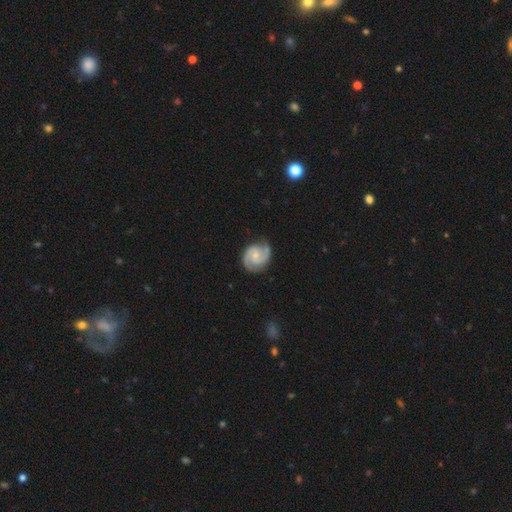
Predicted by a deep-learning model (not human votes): The model was most divided on "spiral winding": medium: 47%, tight: 45%, loose: 8%. More confident: edge-on disk — no (98%); spiral arms — yes (98%); spiral arm count — 2 (92%); smooth or featured — featured or disk (90%); merging — none (80%); bar — no (60%); bulge size — small (59%).